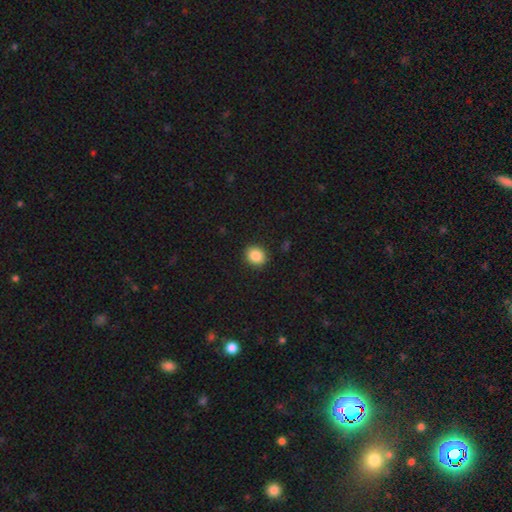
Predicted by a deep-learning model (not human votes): A smooth galaxy with no disk features (87%) that is round (68%). Merging: none (90%).